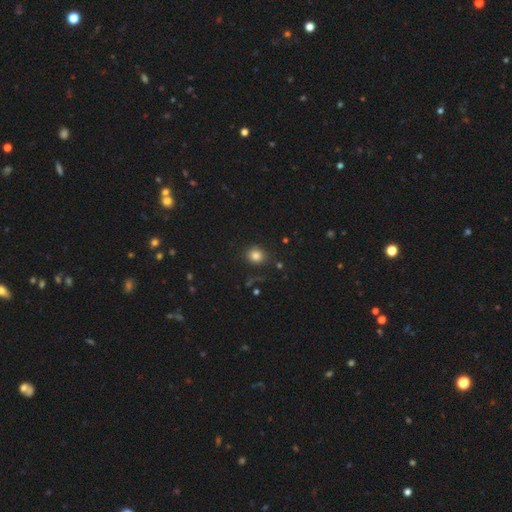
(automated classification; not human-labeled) The model was most divided on "how rounded": round: 78%, in between: 21%, cigar-shaped: 1%. More confident: merging — none (85%); smooth or featured — smooth (83%).